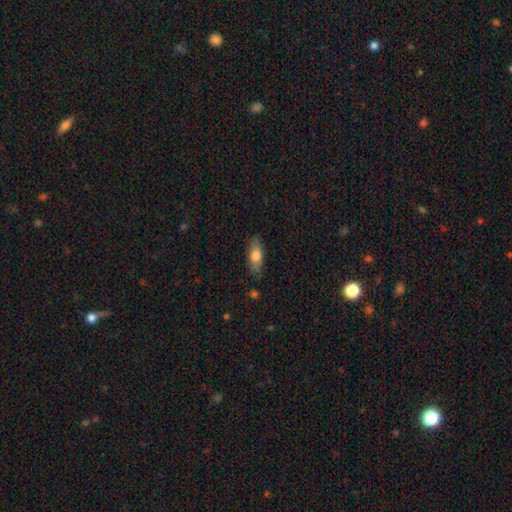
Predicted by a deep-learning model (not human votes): Overall: smooth (71%). How rounded: in between (71%). Merging: none (81%).